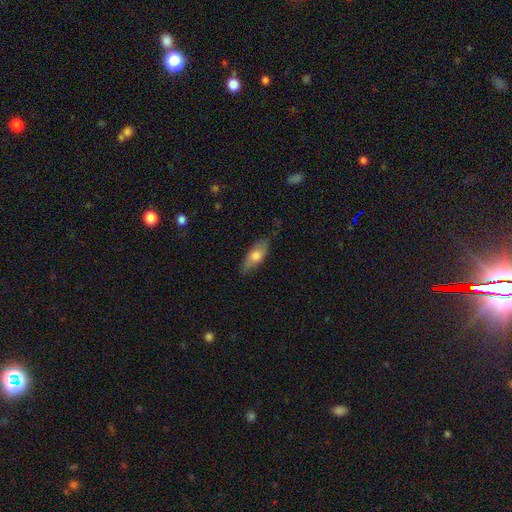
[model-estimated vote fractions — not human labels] Smooth or featured? Predicted: smooth (p=0.66). How rounded? Predicted: in between (p=0.74). Merging? Predicted: none (p=0.78).